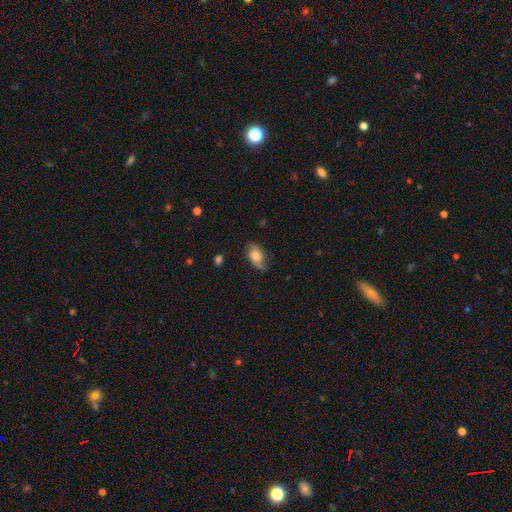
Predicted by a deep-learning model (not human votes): Smooth or featured? smooth (60%)
How rounded? in between (87%)
Merging? none (58%)